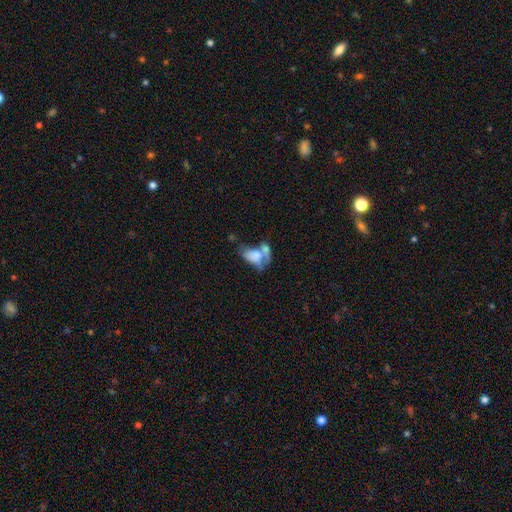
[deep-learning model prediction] A smooth galaxy with no disk features (64%) that is in between round and cigar-shaped (87%).

Vote fractions:
- Smooth or featured? smooth: 64% / featured or disk: 28% / star or artifact: 9%
- How rounded? in between: 87% / round: 8% / cigar-shaped: 4%
- Merging? merger: 59% / none: 17% / major disturbance: 14% / minor disturbance: 11%